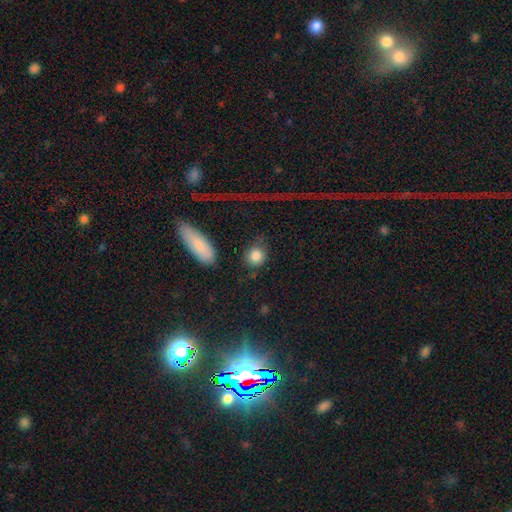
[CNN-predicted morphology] Smooth or featured? smooth (84%)
How rounded? round (79%)
Merging? none (75%)